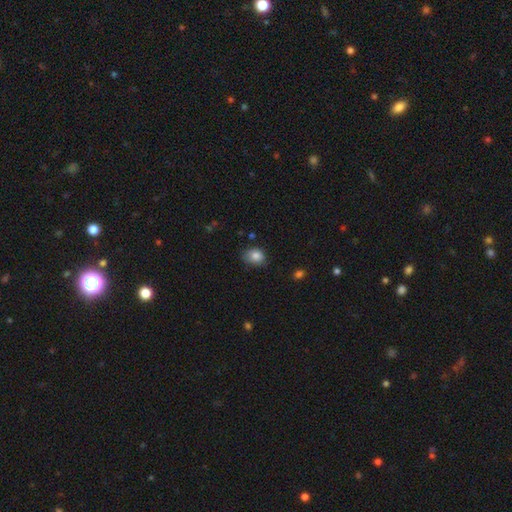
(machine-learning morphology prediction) Q: Smooth or featured?
A: smooth (84%); runner-up: star or artifact (10%)
Q: How rounded?
A: in between (51%); runner-up: round (48%)
Q: Merging?
A: none (69%); runner-up: minor disturbance (25%)